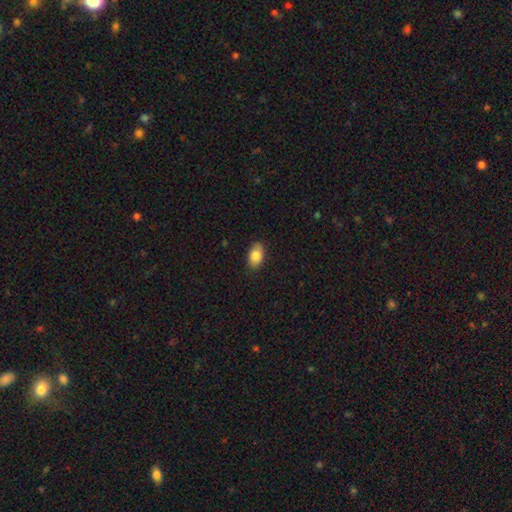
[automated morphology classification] smooth 85%, featured or disk 8%, star or artifact 7%. Down the decision tree: how rounded — in between (91%); merging — none (85%).